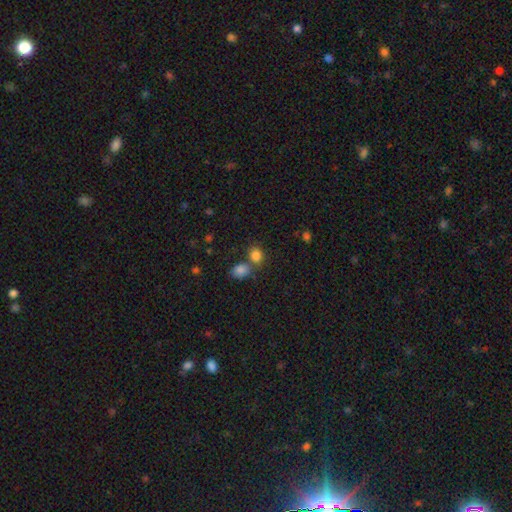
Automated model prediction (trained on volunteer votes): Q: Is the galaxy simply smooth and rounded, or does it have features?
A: smooth — 83%.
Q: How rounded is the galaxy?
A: round — 60%.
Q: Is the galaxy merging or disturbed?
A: none — 54%.